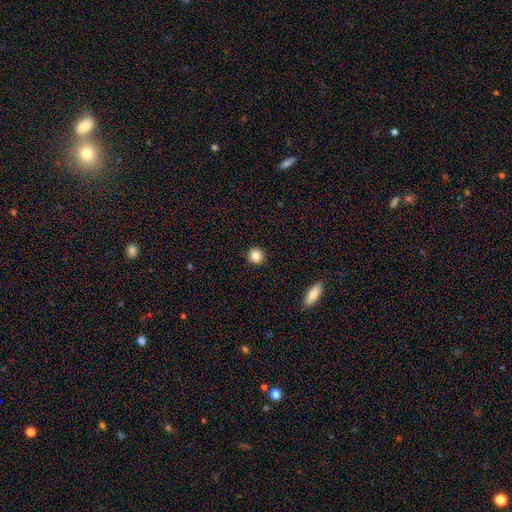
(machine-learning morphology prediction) Smooth or featured? smooth (84%)
How rounded? round (89%)
Merging? none (92%)